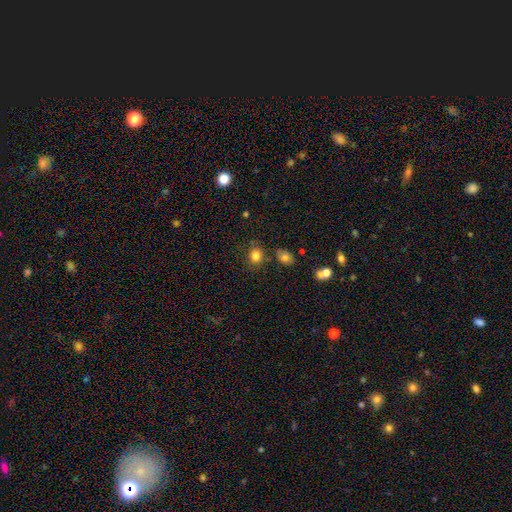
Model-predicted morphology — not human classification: smooth_or_featured: smooth (p=0.81) [alt: star or artifact p=0.11]
how_rounded: round (p=0.58) [alt: in between p=0.41]
merging: none (p=0.72) [alt: minor disturbance p=0.15]